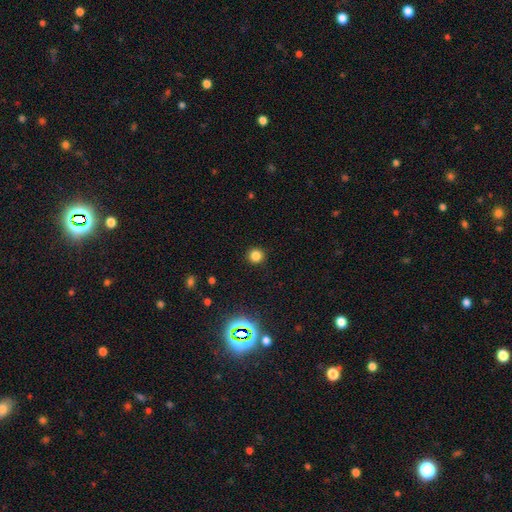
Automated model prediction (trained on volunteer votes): Smooth or featured? smooth (81%)
How rounded? round (94%)
Merging? none (92%)